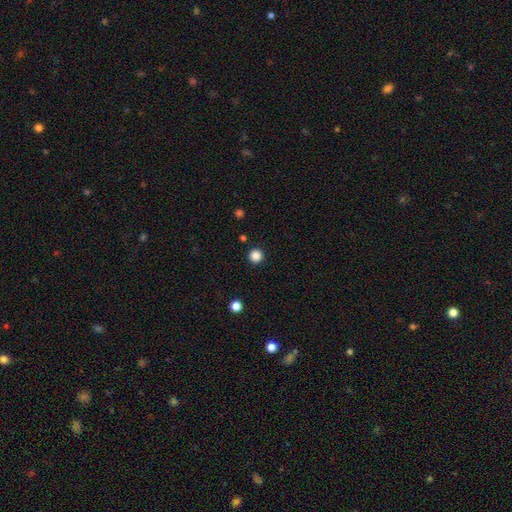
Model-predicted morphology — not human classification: The model was most divided on "smooth or featured": smooth: 86%, star or artifact: 12%, featured or disk: 3%. More confident: how rounded — round (96%); merging — none (93%).